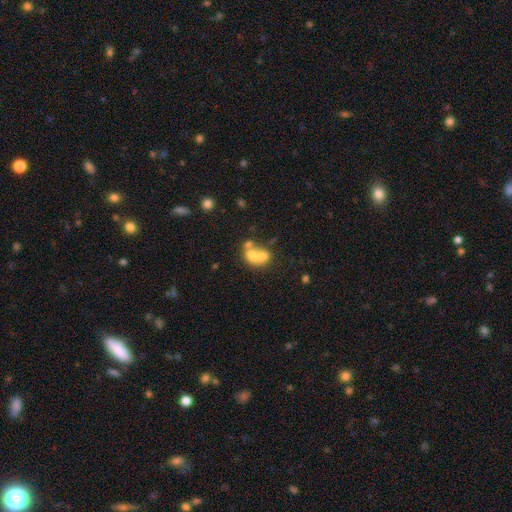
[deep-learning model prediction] A smooth galaxy with no disk features (63%) that is round (56%). Merging: merger (66%).